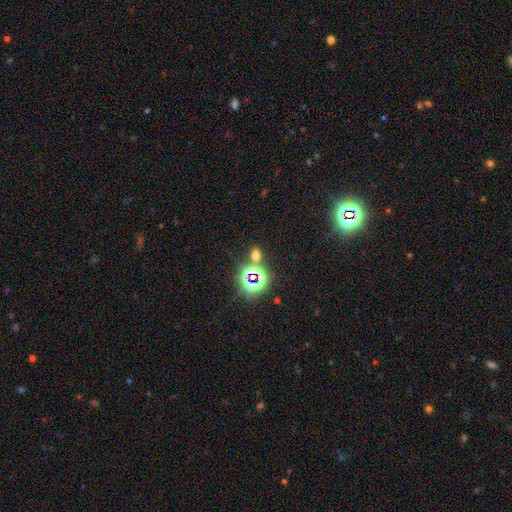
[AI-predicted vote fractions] This appears to be a star or artifact, not a galaxy (48%).